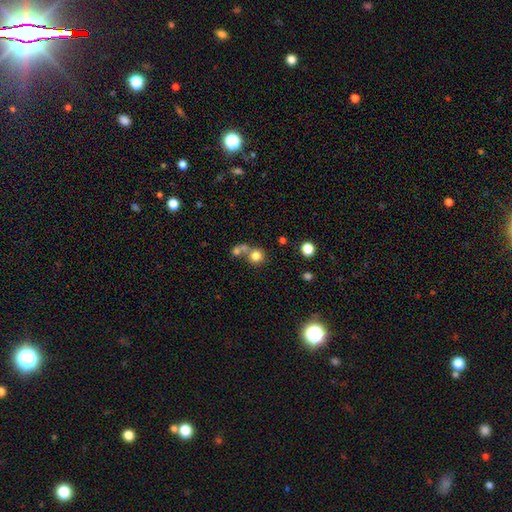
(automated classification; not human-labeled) This appears to be a smooth galaxy with no disk features (76%) that is round (88%). Merging: none (49%).